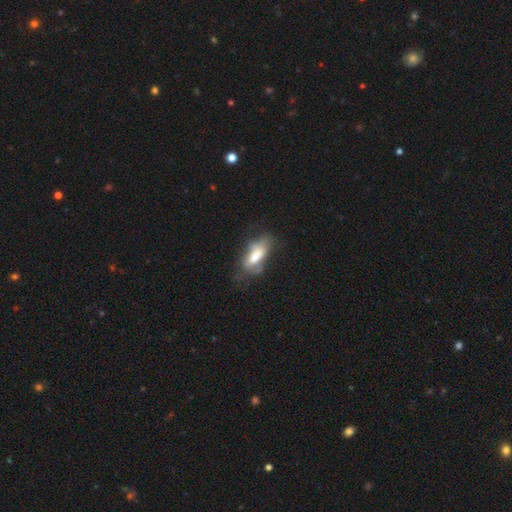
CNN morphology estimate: Smooth or featured? Predicted: smooth (p=0.59). How rounded? Predicted: in between (p=0.72). Merging? Predicted: none (p=0.40).